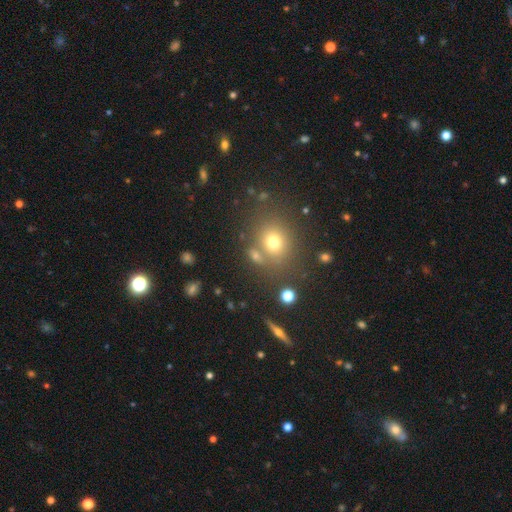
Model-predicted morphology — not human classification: smooth-or-featured: smooth: 66% | star or artifact: 20% | featured or disk: 14%
  how-rounded: round: 65% | in between: 33% | cigar-shaped: 2%
  merging: none: 68% | merger: 16% | minor disturbance: 11% | major disturbance: 5%